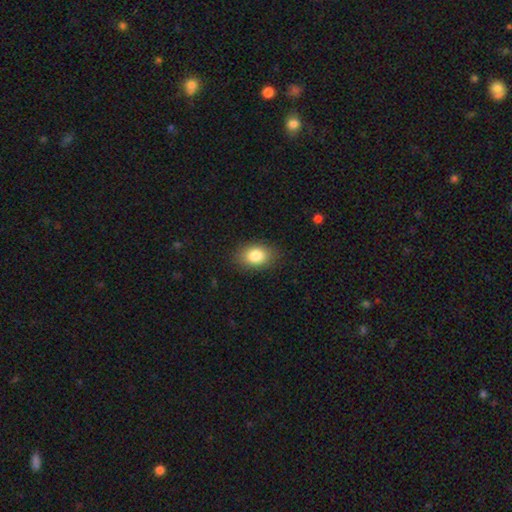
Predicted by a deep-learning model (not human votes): Overall: smooth (84%). How rounded: in between (79%). Merging: none (85%).